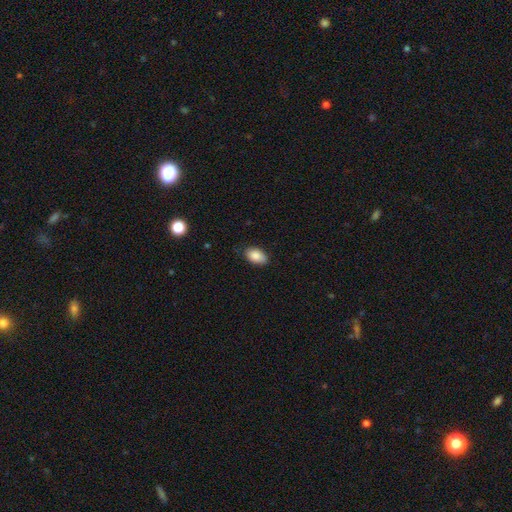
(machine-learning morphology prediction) smooth-or-featured: smooth: 88% | star or artifact: 7% | featured or disk: 5%
  how-rounded: in between: 91% | round: 8% | cigar-shaped: 1%
  merging: none: 80% | minor disturbance: 17% | major disturbance: 3% | merger: 1%